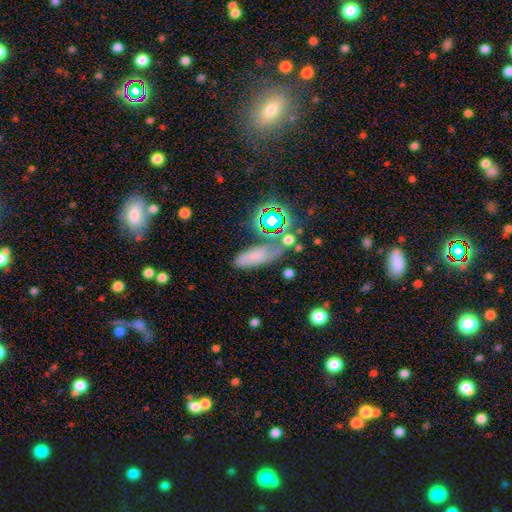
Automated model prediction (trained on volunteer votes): smooth_or_featured: smooth (p=0.53) [alt: star or artifact p=0.25]
how_rounded: in between (p=0.60) [alt: cigar-shaped p=0.31]
merging: none (p=0.42) [alt: minor disturbance p=0.25]